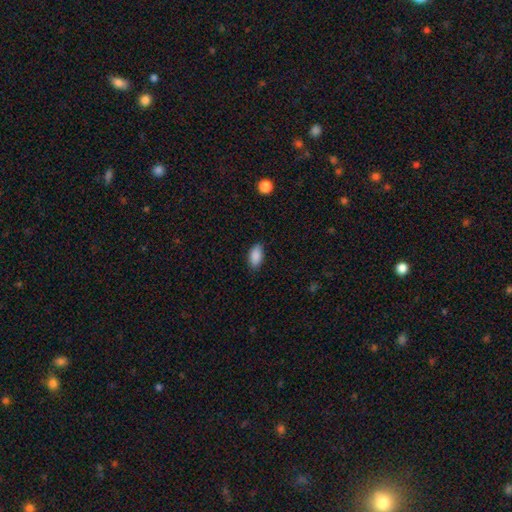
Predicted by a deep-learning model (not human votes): Smooth or featured? Predicted: smooth (p=0.89). How rounded? Predicted: in between (p=0.92). Merging? Predicted: none (p=0.83).